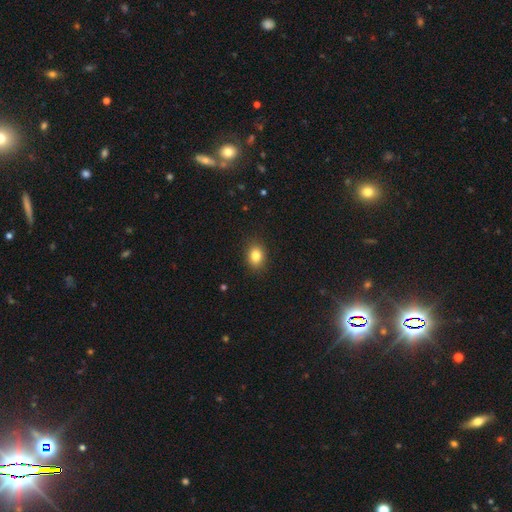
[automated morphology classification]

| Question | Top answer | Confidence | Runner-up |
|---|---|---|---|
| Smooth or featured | smooth | 83% | star or artifact (10%) |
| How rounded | in between | 57% | round (42%) |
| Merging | none | 88% | minor disturbance (9%) |